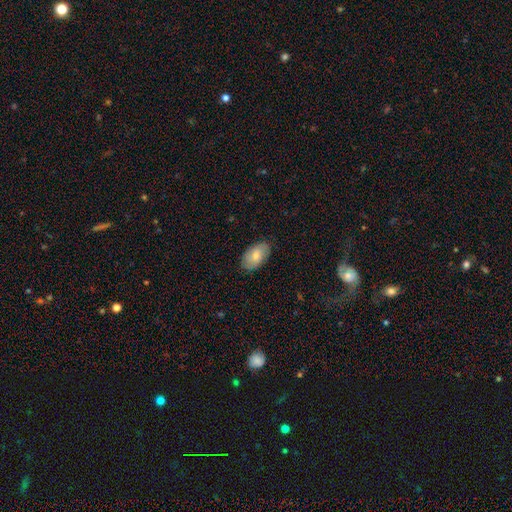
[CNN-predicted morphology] smooth_or_featured: smooth (p=0.74) [alt: featured or disk p=0.20]
how_rounded: in between (p=0.94) [alt: round p=0.04]
merging: none (p=0.86) [alt: minor disturbance p=0.11]